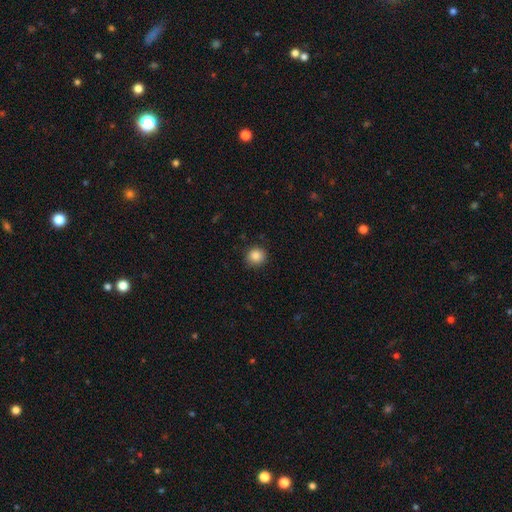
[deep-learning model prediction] Overall: smooth (87%). How rounded: round (87%). Merging: none (88%).